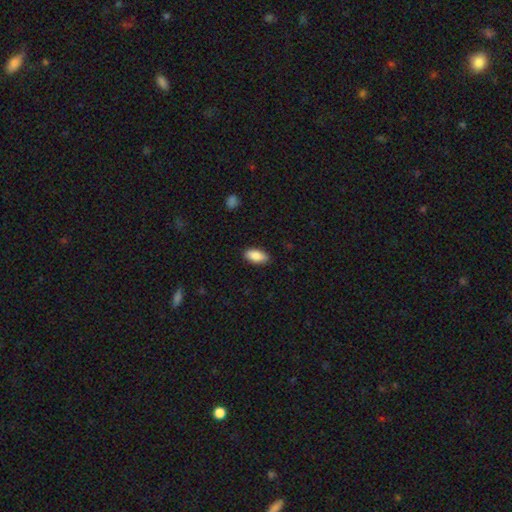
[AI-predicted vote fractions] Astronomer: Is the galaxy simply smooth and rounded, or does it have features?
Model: smooth — 87%.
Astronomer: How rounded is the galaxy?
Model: in between — 89%.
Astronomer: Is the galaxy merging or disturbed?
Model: none — 87%.